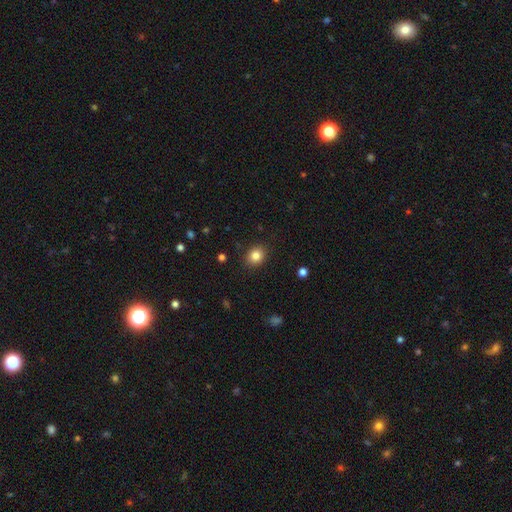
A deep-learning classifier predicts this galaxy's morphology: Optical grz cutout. It shows a smooth galaxy with no disk features (83%) that is round (64%). Merging: none (88%).